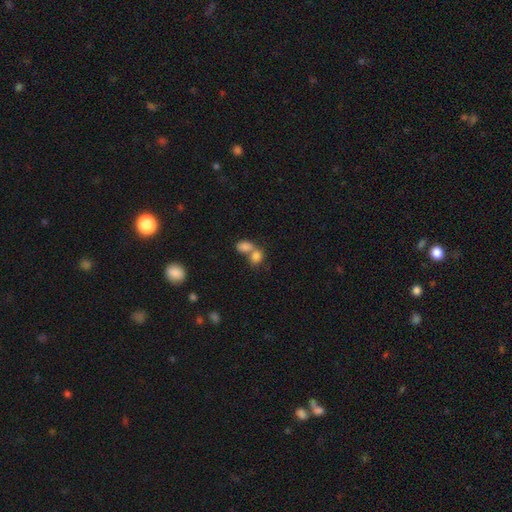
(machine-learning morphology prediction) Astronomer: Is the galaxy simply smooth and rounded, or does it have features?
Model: smooth — 81%.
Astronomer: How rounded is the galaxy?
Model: in between — 62% (runner-up: round, 37%).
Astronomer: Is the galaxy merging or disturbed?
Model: merger — 63%.